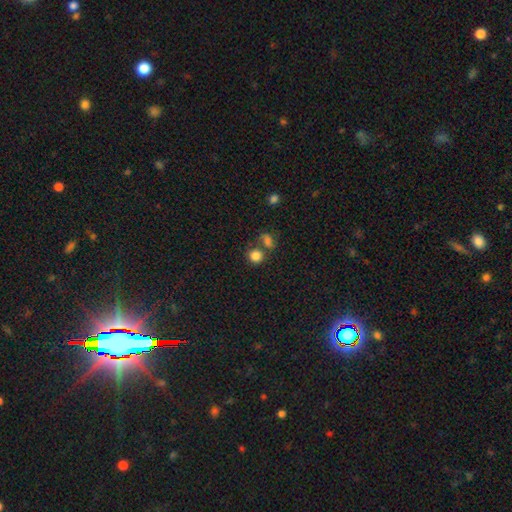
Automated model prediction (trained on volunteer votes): smooth-or-featured: smooth: 82% | star or artifact: 12% | featured or disk: 6%
  how-rounded: round: 85% | in between: 14% | cigar-shaped: 1%
  merging: none: 58% | merger: 27% | minor disturbance: 10% | major disturbance: 5%